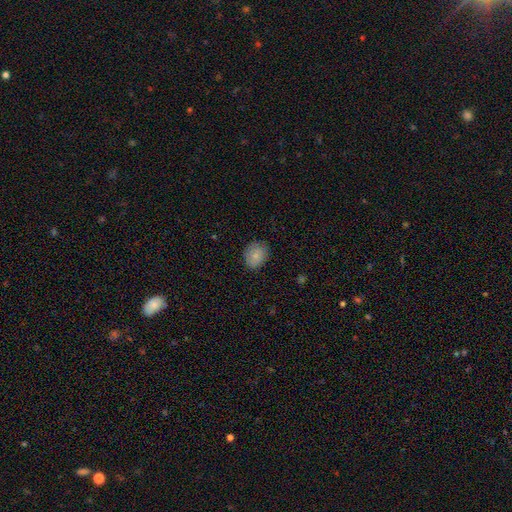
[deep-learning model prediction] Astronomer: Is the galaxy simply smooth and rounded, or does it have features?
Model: smooth — 77%.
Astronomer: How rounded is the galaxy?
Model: round — 56% (runner-up: in between, 43%).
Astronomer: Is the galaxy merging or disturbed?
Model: none — 80%.